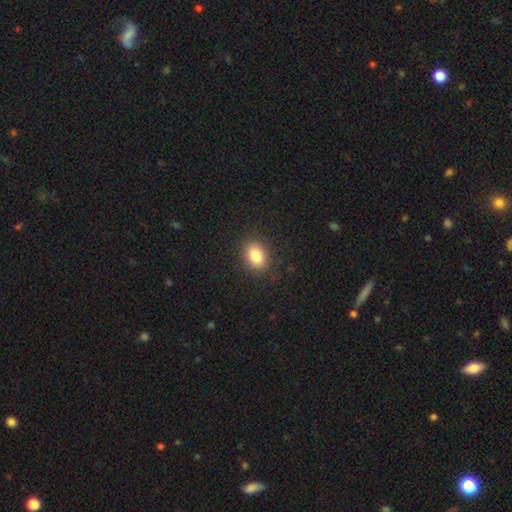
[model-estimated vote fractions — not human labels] Smooth or featured? Predicted: smooth (p=0.84). How rounded? Predicted: in between (p=0.72). Merging? Predicted: none (p=0.87).